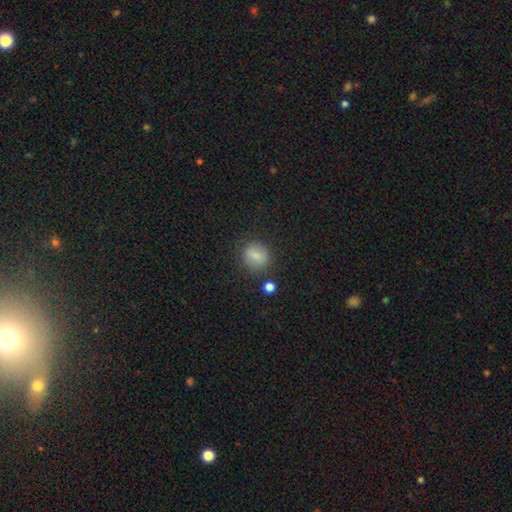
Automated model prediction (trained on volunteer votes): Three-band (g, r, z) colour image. It shows a smooth galaxy with no disk features (80%) that is round (73%). Merging: none (79%).